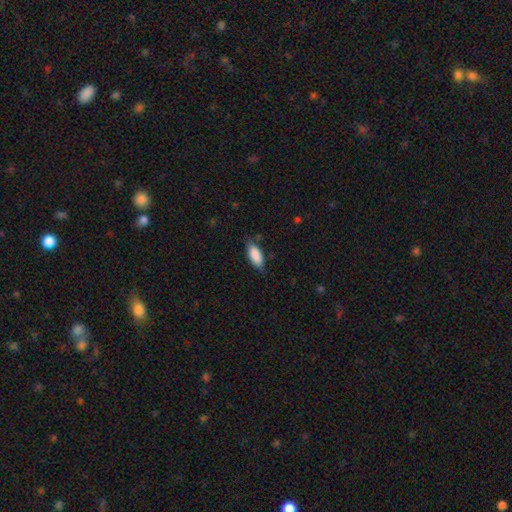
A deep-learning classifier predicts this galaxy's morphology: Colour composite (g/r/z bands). It shows a smooth galaxy with no disk features (86%) that is in between round and cigar-shaped (83%). Merging: none (73%).